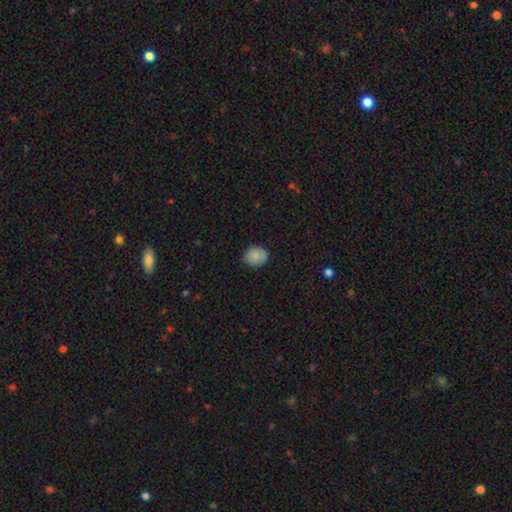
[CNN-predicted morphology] A smooth galaxy with no disk features (83%) that is round (79%).

Vote fractions:
- Smooth or featured? smooth: 83% / featured or disk: 9% / star or artifact: 8%
- How rounded? round: 79% / in between: 20% / cigar-shaped: 1%
- Merging? none: 83% / minor disturbance: 13% / major disturbance: 3% / merger: 1%